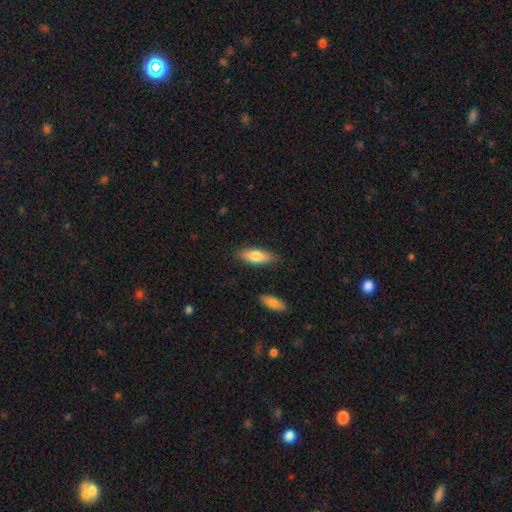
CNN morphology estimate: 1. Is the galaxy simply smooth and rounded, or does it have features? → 78% smooth, 16% featured or disk, 6% star or artifact.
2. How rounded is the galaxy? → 67% in between, 31% cigar-shaped, 2% round.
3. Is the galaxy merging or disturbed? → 85% none, 11% minor disturbance, 2% merger, 2% major disturbance.